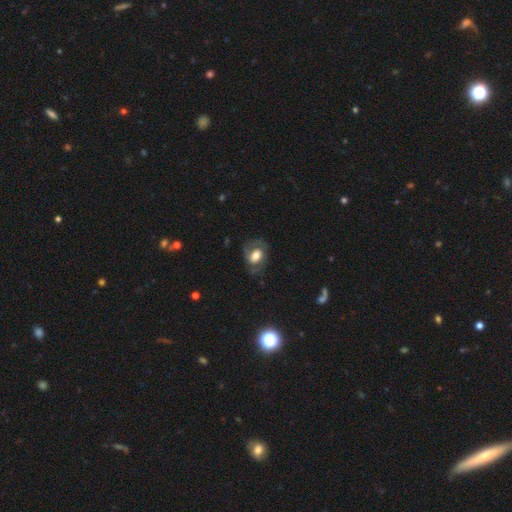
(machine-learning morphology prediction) This appears to be a featured or disk galaxy (50%). Merging: none (66%).